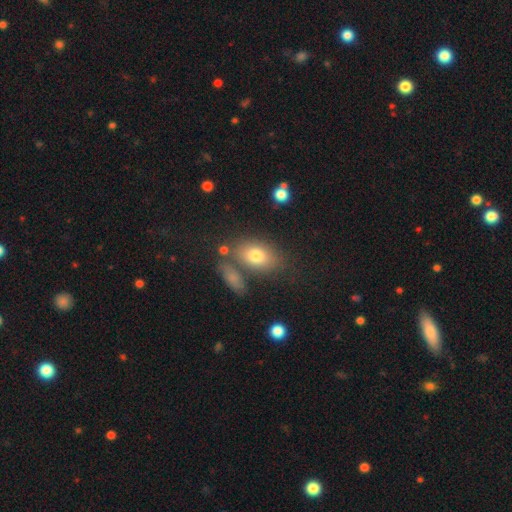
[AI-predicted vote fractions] Smooth or featured? smooth (77%)
How rounded? in between (82%)
Merging? none (68%)